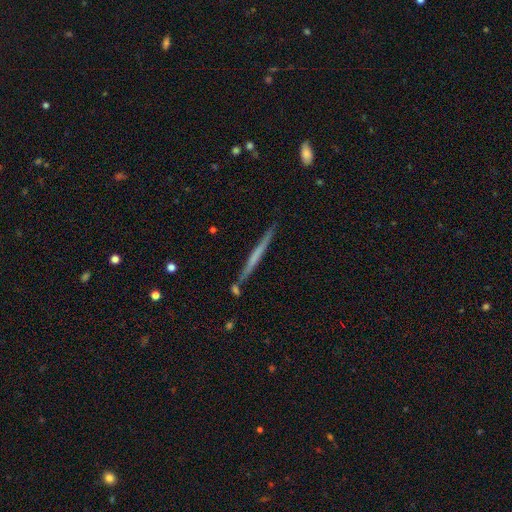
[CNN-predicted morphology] type=featured or disk (55%); edge-on=yes (97%); edge-on bulge=none (84%); merging=none (86%).